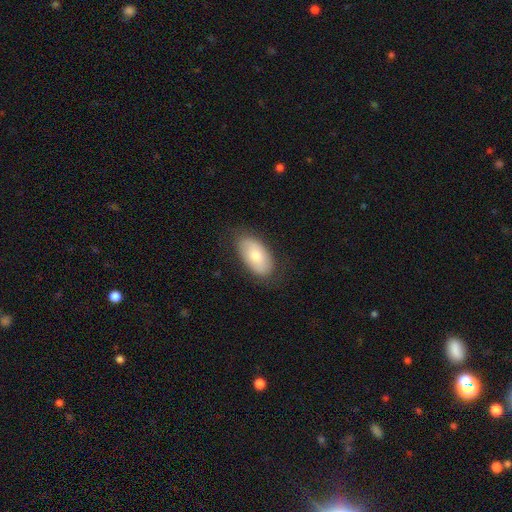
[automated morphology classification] smooth-or-featured: smooth: 70% | featured or disk: 23% | star or artifact: 6%
  how-rounded: in between: 95% | round: 3% | cigar-shaped: 2%
  merging: none: 78% | minor disturbance: 16% | major disturbance: 5% | merger: 1%